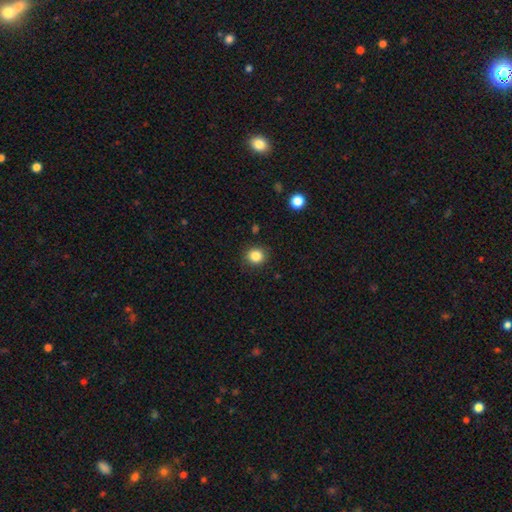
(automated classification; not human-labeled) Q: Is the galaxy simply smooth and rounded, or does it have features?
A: smooth — 84%.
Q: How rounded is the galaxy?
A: round — 83%.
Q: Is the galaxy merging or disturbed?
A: none — 88%.